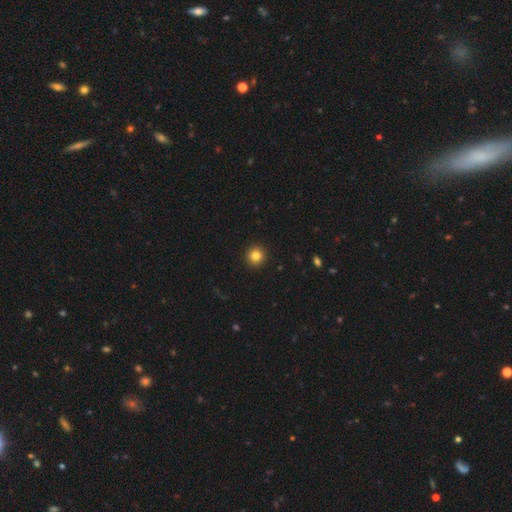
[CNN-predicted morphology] Q: Smooth or featured?
A: smooth (83%); runner-up: star or artifact (11%)
Q: How rounded?
A: round (95%); runner-up: in between (4%)
Q: Merging?
A: none (93%); runner-up: minor disturbance (4%)